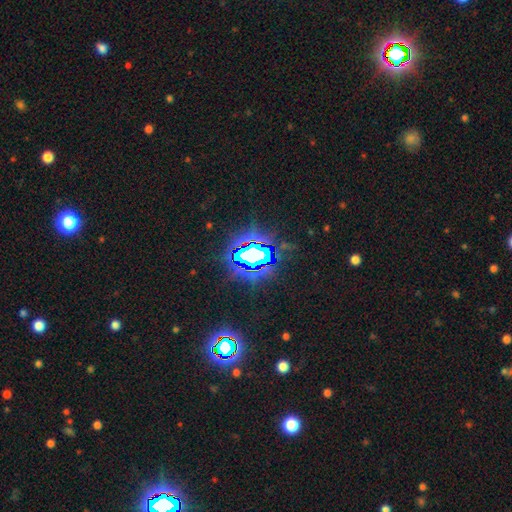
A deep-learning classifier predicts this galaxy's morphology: The model was most divided on "smooth or featured": star or artifact: 80%, smooth: 11%, featured or disk: 9%.